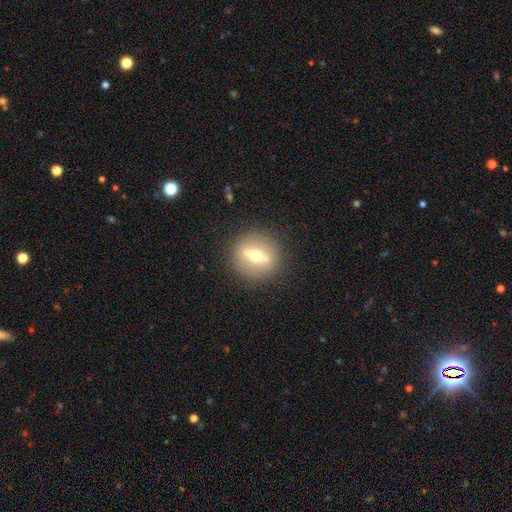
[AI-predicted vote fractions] A featured or disk galaxy (61%).

Vote fractions:
- Smooth or featured? featured or disk: 61% / smooth: 30% / star or artifact: 9%
- Edge-on disk? no: 52% / yes: 48%
- Merging? none: 88% / minor disturbance: 7% / major disturbance: 3% / merger: 1%